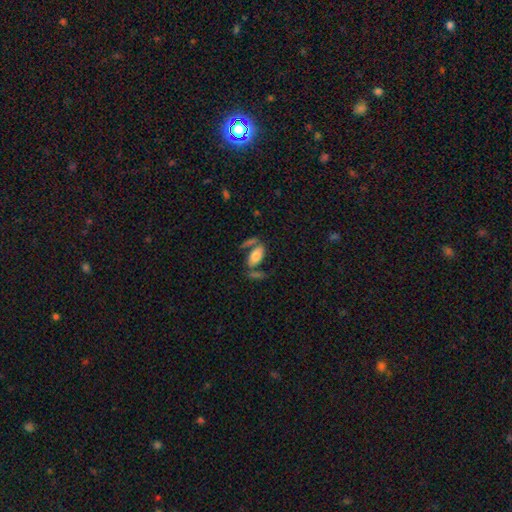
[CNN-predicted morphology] This appears to be a smooth galaxy with no disk features (62%) that is in between round and cigar-shaped (84%). Merging: none (50%).